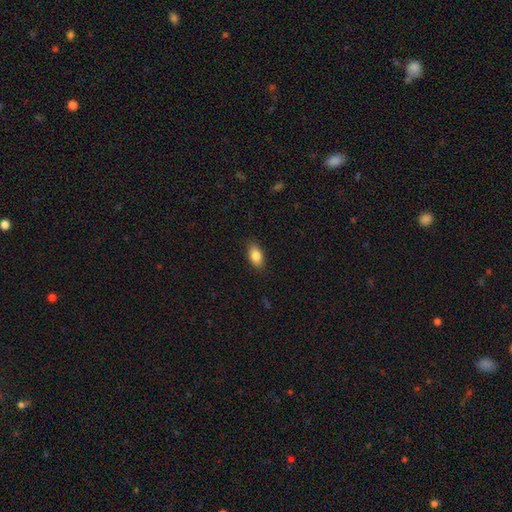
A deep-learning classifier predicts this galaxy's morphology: Smooth or featured?
  - smooth: 84% *
  - featured or disk: 9%
  - star or artifact: 7%
How rounded?
  - in between: 90% *
  - round: 5%
  - cigar-shaped: 5%
Merging?
  - none: 86% *
  - minor disturbance: 10%
  - major disturbance: 2%
  - merger: 1%